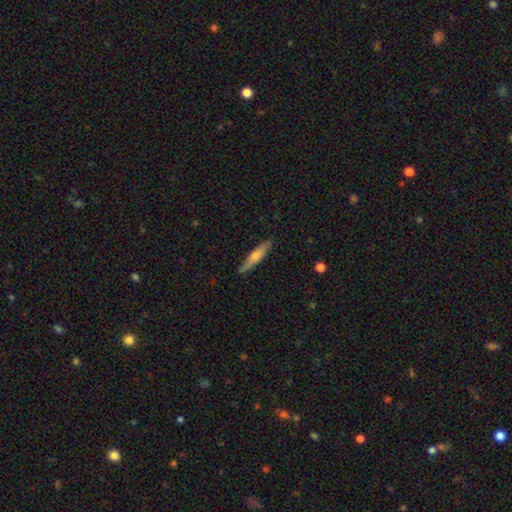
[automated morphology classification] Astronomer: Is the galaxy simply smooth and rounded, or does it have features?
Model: smooth — 54% (runner-up: featured or disk, 41%).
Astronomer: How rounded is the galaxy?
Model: cigar-shaped — 88%.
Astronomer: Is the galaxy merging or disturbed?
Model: none — 87%.